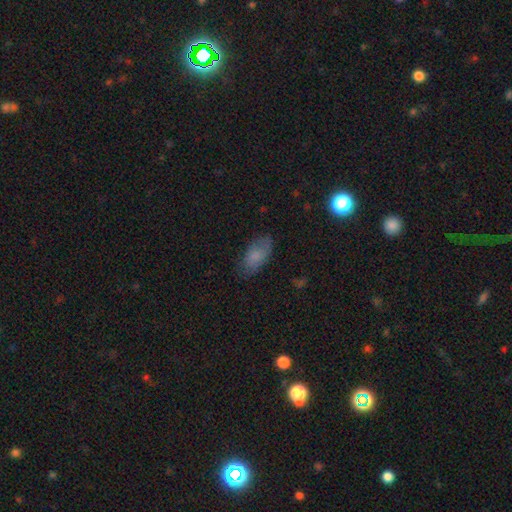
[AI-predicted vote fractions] Q: Smooth or featured?
A: smooth (78%); runner-up: featured or disk (14%)
Q: How rounded?
A: in between (91%); runner-up: cigar-shaped (6%)
Q: Merging?
A: none (74%); runner-up: minor disturbance (19%)